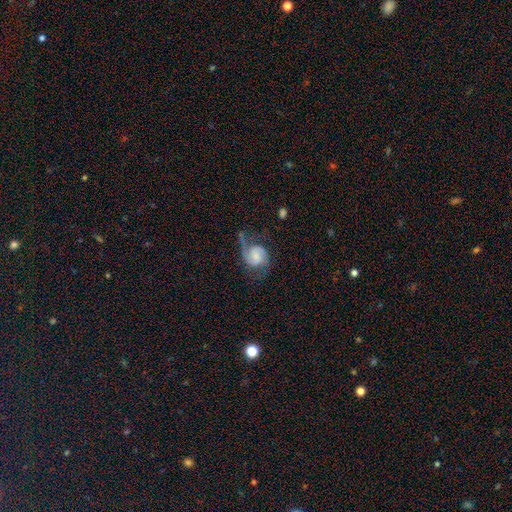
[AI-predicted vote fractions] A featured or disk galaxy (76%) with no bar (48%), 2 (74%) medium (45%) spiral arms (95%) and a small central bulge (32%, tied with none).

Vote fractions:
- Smooth or featured? featured or disk: 76% / smooth: 17% / star or artifact: 7%
- Edge-on disk? no: 98% / yes: 2%
- Bar? no: 48% / weak: 41% / strong: 10%
- Spiral arms? yes: 95% / no: 5%
- Spiral winding? medium: 45% / loose: 36% / tight: 20%
- Spiral arm count? 2: 74% / 1: 19% / can't tell: 4% / 3: 1% / 4: 1% / more than 4: 1%
- Bulge size? small: 32% (tied) / none: 32% (tied) / moderate: 22% / large: 11% / dominant: 3%
- Merging? none: 45% / major disturbance: 30% / minor disturbance: 23% / merger: 3%